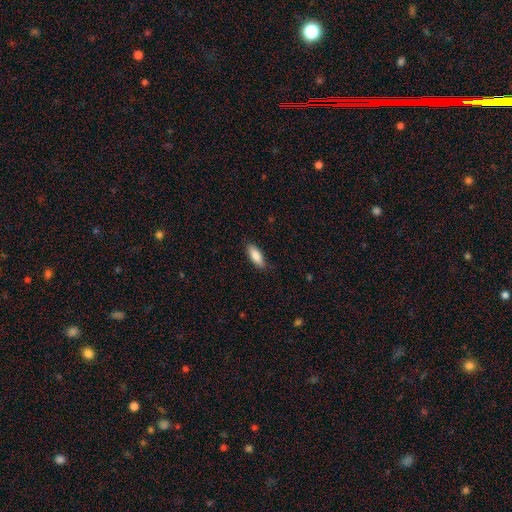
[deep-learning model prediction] This appears to be a smooth galaxy with no disk features (85%) that is in between round and cigar-shaped (72%). Merging: none (84%).